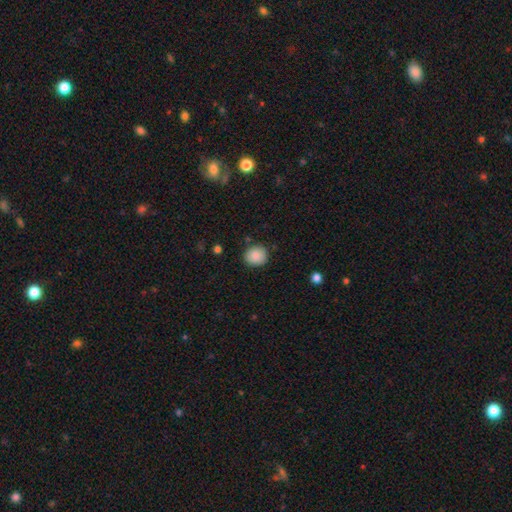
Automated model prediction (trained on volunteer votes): Morphology: type=smooth (87%); roundness=round (85%); merging=none (86%).